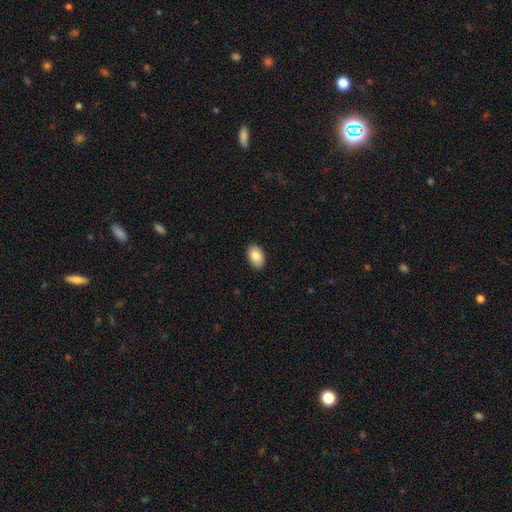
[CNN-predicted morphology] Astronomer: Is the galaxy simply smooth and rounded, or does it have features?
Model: smooth — 84%.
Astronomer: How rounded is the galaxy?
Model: in between — 91%.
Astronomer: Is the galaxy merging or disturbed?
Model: none — 89%.